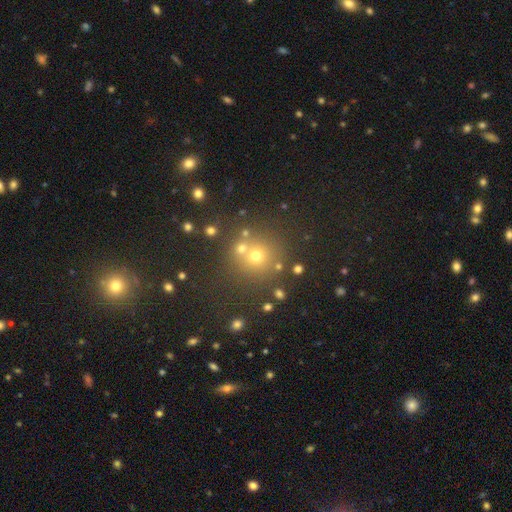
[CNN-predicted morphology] Smooth or featured?
  - smooth: 59% *
  - star or artifact: 30%
  - featured or disk: 11%
How rounded?
  - round: 91% *
  - in between: 8%
  - cigar-shaped: 1%
Merging?
  - none: 70% *
  - merger: 18%
  - minor disturbance: 8%
  - major disturbance: 4%